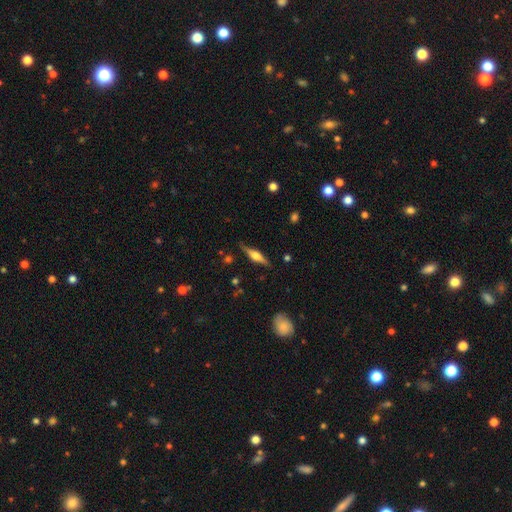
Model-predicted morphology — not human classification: Q: Smooth or featured?
A: featured or disk (74%); runner-up: smooth (20%)
Q: Edge-on disk?
A: yes (97%); runner-up: no (3%)
Q: Edge-on bulge?
A: rounded (87%); runner-up: boxy (10%)
Q: Merging?
A: none (84%); runner-up: minor disturbance (12%)